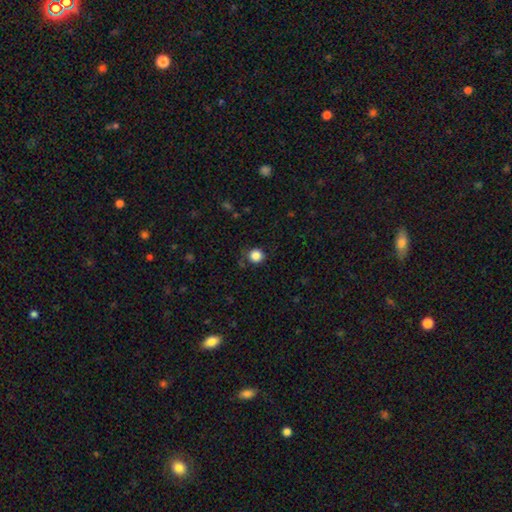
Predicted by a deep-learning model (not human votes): Smooth or featured? smooth (86%)
How rounded? round (92%)
Merging? none (82%)